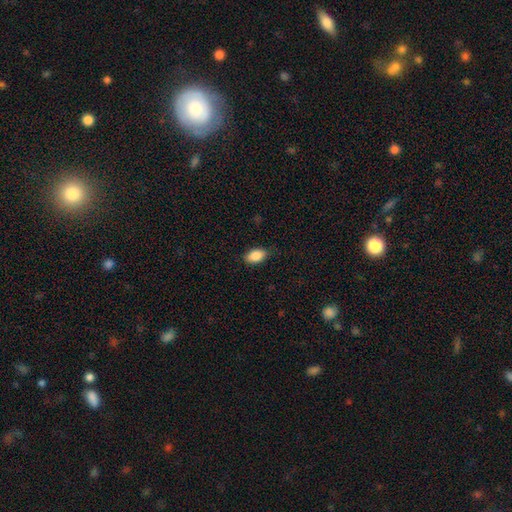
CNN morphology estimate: Smooth or featured? smooth (88%)
How rounded? in between (91%)
Merging? none (84%)